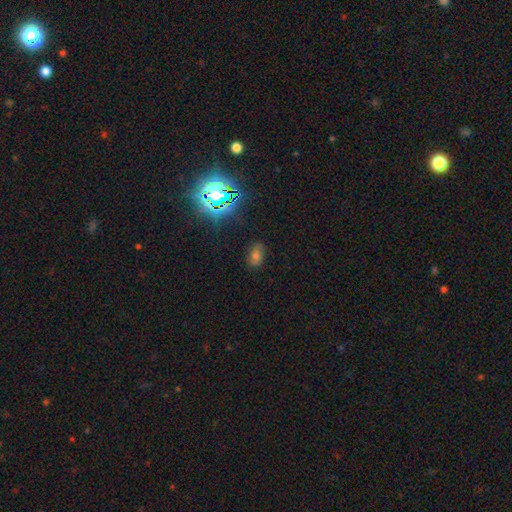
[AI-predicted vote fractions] This appears to be a smooth galaxy with no disk features (58%) that is in between round and cigar-shaped (83%). Merging: none (82%).